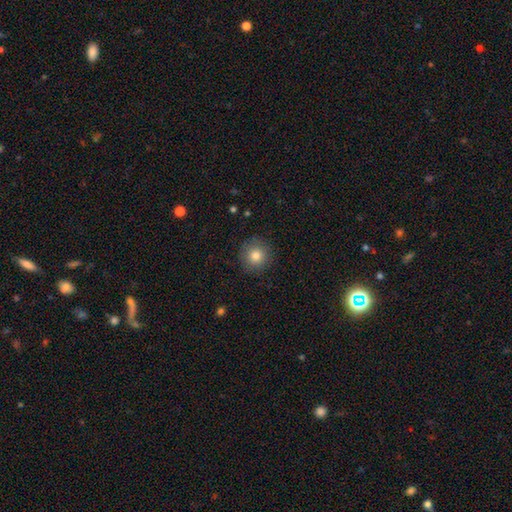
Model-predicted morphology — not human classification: Q: Smooth or featured?
A: smooth (81%); runner-up: star or artifact (10%)
Q: How rounded?
A: round (94%); runner-up: in between (5%)
Q: Merging?
A: none (88%); runner-up: minor disturbance (8%)